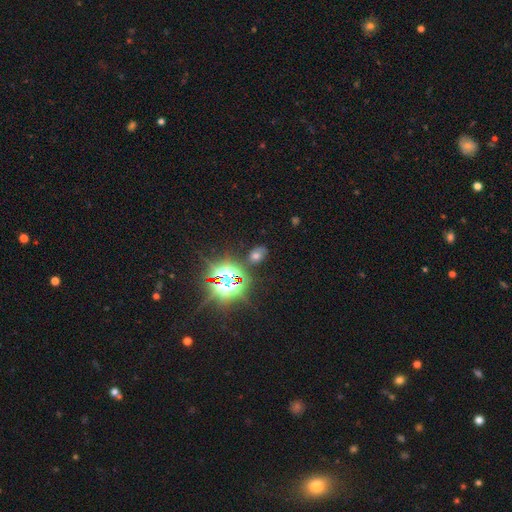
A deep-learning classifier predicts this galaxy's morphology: smooth-or-featured: smooth: 45% | star or artifact: 44% | featured or disk: 11%
  merging: none: 76% | minor disturbance: 14% | merger: 5% | major disturbance: 5%